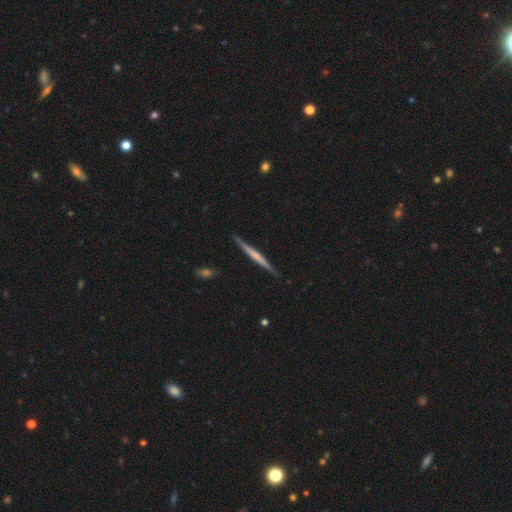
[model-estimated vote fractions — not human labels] Q: Smooth or featured?
A: featured or disk (53%); runner-up: smooth (42%)
Q: Edge-on disk?
A: yes (97%); runner-up: no (3%)
Q: Edge-on bulge?
A: none (75%); runner-up: rounded (15%)
Q: Merging?
A: none (89%); runner-up: minor disturbance (8%)